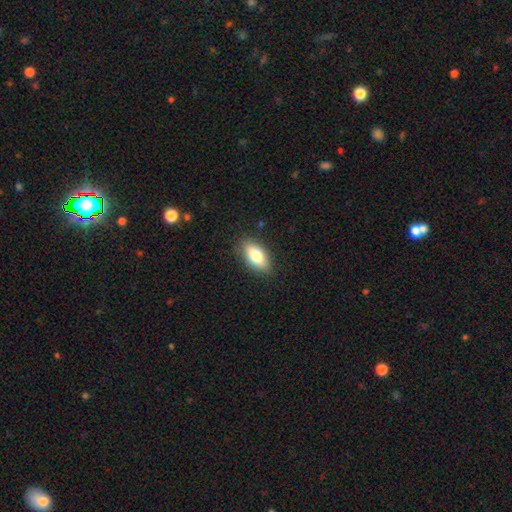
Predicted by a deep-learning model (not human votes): The model was most divided on "smooth or featured": smooth: 80%, featured or disk: 13%, star or artifact: 7%. More confident: how rounded — in between (88%); merging — none (86%).